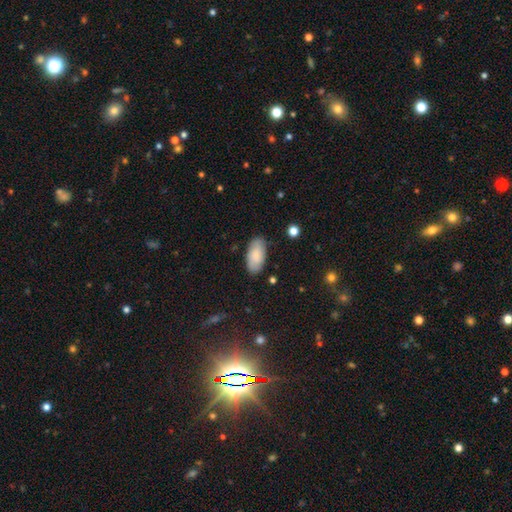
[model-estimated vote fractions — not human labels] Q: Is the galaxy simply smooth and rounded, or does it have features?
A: smooth — 80%.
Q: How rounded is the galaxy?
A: in between — 94%.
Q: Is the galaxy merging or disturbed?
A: none — 83%.